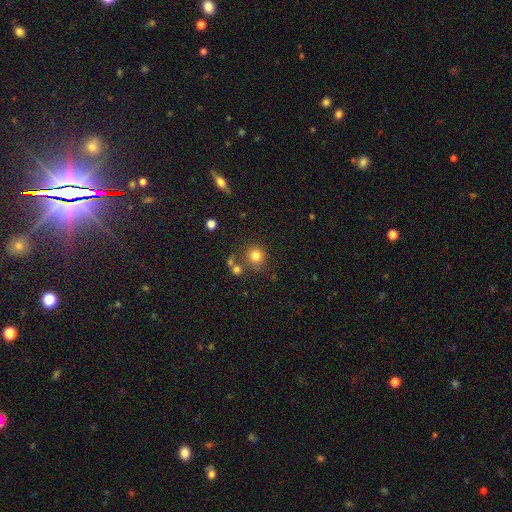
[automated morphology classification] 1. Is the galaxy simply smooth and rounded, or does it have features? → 80% smooth, 13% star or artifact, 7% featured or disk.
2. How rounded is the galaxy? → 91% round, 8% in between, 1% cigar-shaped.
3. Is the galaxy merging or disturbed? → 74% none, 12% merger, 10% minor disturbance, 4% major disturbance.